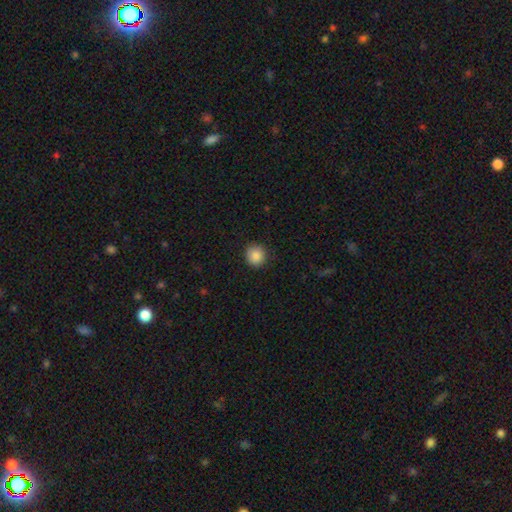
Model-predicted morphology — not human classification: smooth-or-featured: smooth: 87% | star or artifact: 9% | featured or disk: 4%
  how-rounded: round: 91% | in between: 8% | cigar-shaped: 1%
  merging: none: 90% | minor disturbance: 7% | major disturbance: 2% | merger: 1%